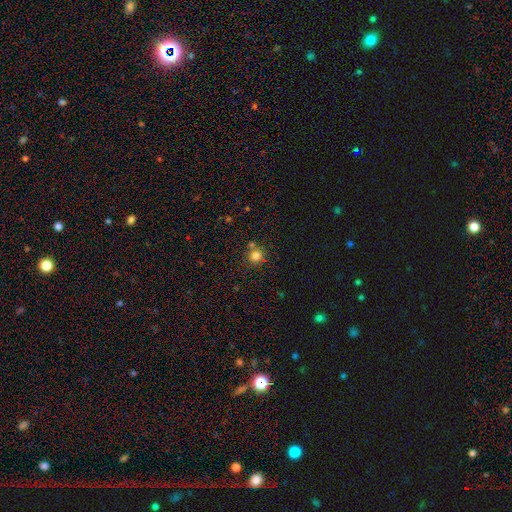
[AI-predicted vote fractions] smooth-or-featured: smooth: 79% | star or artifact: 15% | featured or disk: 6%
  how-rounded: round: 90% | in between: 9% | cigar-shaped: 1%
  merging: none: 69% | merger: 18% | minor disturbance: 10% | major disturbance: 3%